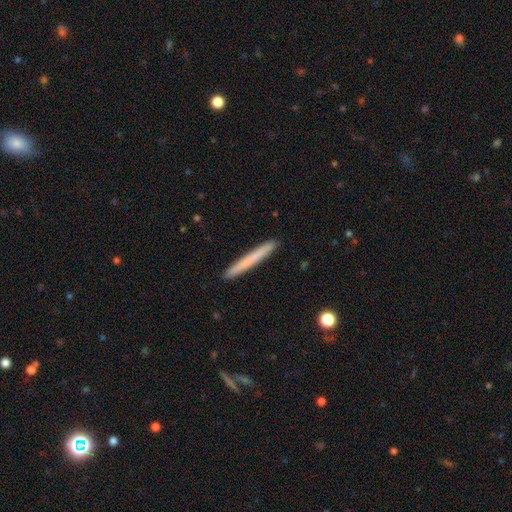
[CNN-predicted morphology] Smooth or featured? smooth (69%)
How rounded? cigar-shaped (97%)
Merging? none (93%)